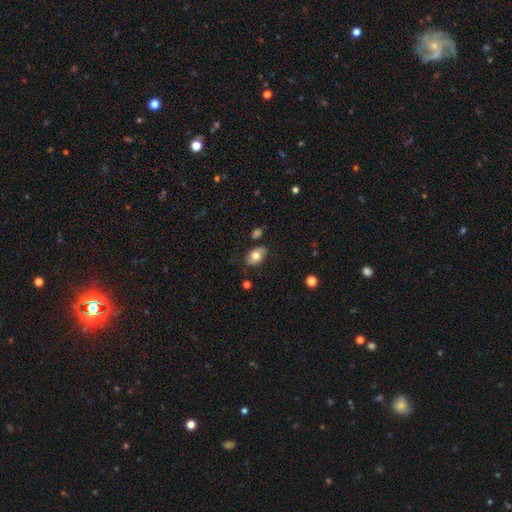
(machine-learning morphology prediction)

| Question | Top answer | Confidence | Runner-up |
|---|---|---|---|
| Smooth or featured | smooth | 73% | featured or disk (19%) |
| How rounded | in between | 88% | round (11%) |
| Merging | none | 78% | minor disturbance (16%) |